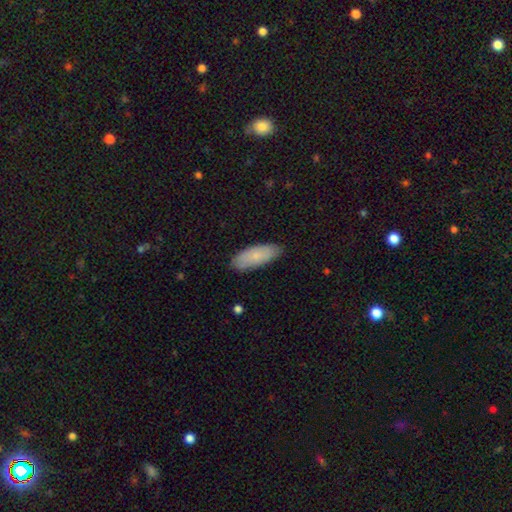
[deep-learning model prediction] A smooth galaxy with no disk features (78%) that is in between round and cigar-shaped (76%). Merging: none (85%).